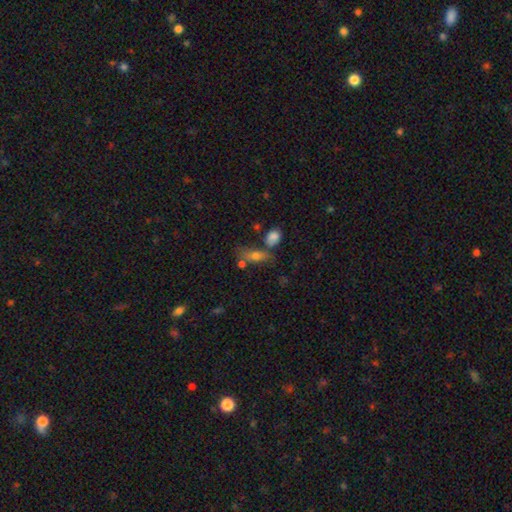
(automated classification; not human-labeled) A smooth galaxy with no disk features (56%) that is in between round and cigar-shaped (64%). Merging: none (45%).